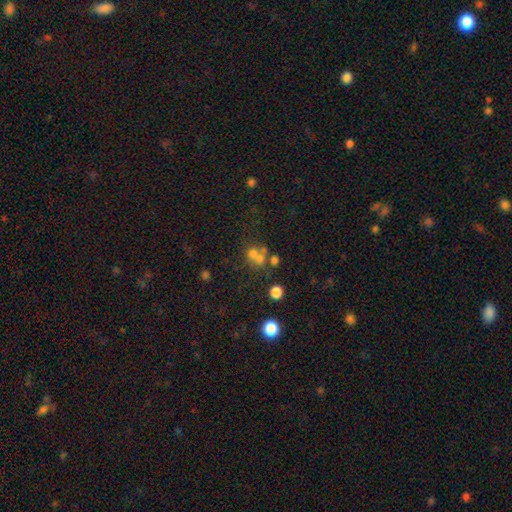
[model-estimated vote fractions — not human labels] This is likely a smooth galaxy (61%). How rounded: likely round (76%). Merging: possibly merger (49%).